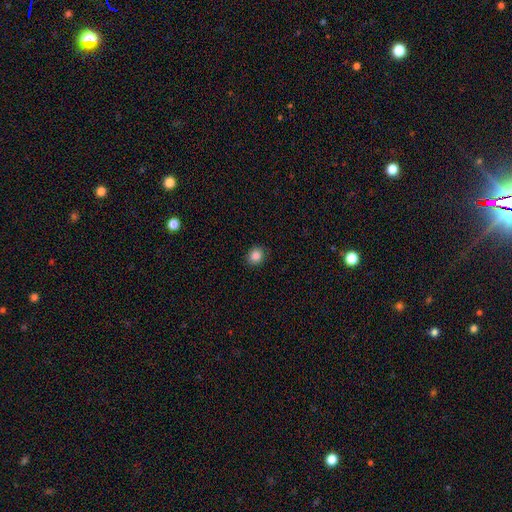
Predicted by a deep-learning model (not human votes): smooth_or_featured: smooth (p=0.86) [alt: star or artifact p=0.10]
how_rounded: round (p=0.68) [alt: in between p=0.31]
merging: none (p=0.88) [alt: minor disturbance p=0.09]